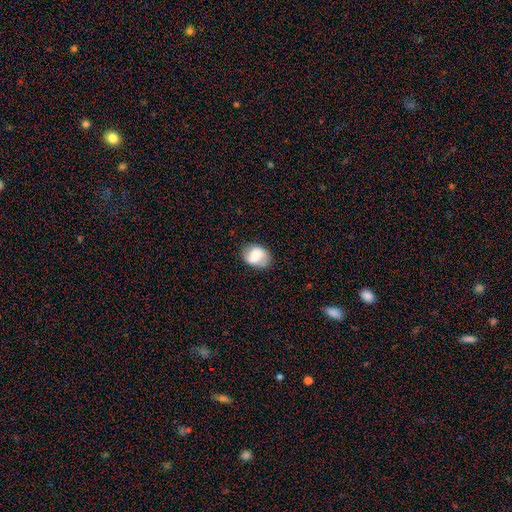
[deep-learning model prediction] The model was most divided on "how rounded": in between: 57%, round: 42%, cigar-shaped: 1%. More confident: merging — none (73%); smooth or featured — smooth (56%).